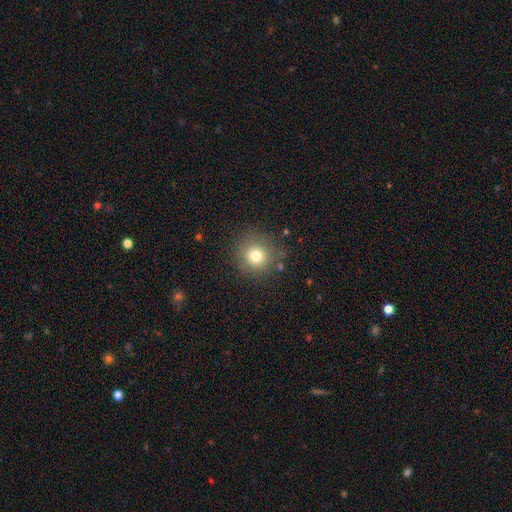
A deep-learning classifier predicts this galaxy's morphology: The model was most divided on "smooth or featured": smooth: 76%, star or artifact: 14%, featured or disk: 10%. More confident: how rounded — round (92%); merging — none (84%).